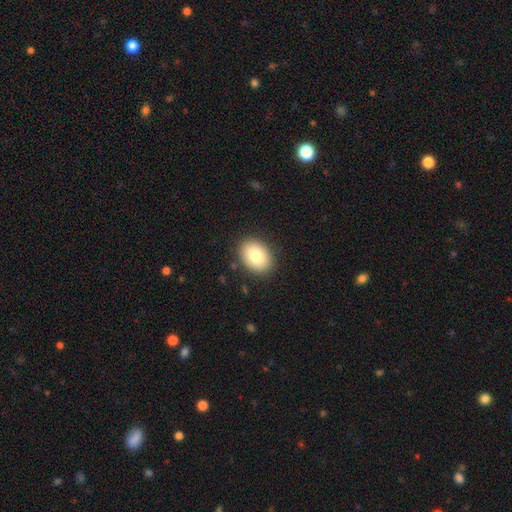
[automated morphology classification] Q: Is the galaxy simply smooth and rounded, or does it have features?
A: smooth — 82%.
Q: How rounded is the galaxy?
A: in between — 74%.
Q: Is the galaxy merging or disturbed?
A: none — 88%.